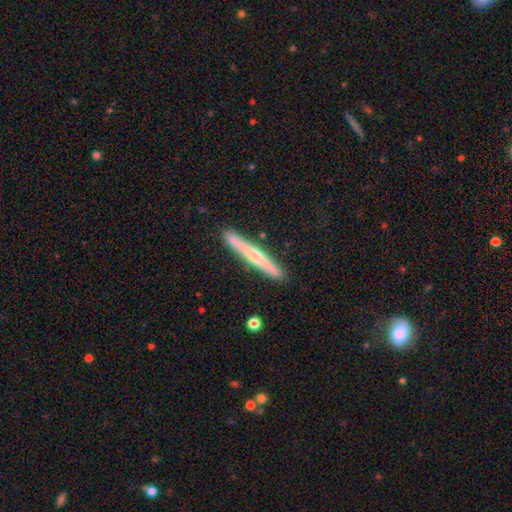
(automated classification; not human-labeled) Morphology: type=featured or disk (65%); edge-on=yes (96%); edge-on bulge=rounded (80%); merging=none (87%).